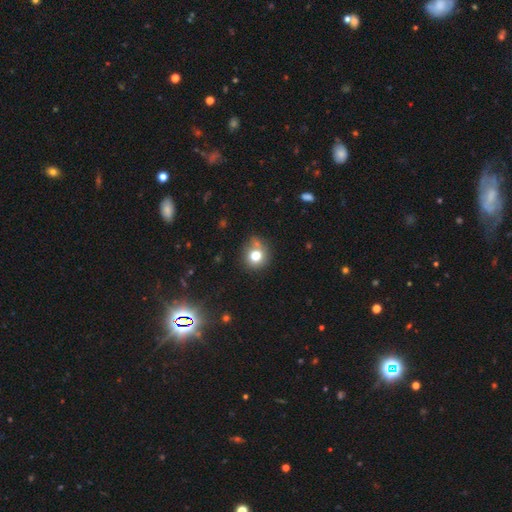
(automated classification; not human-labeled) Overall: smooth (77%). How rounded: round (83%). Merging: none (67%).